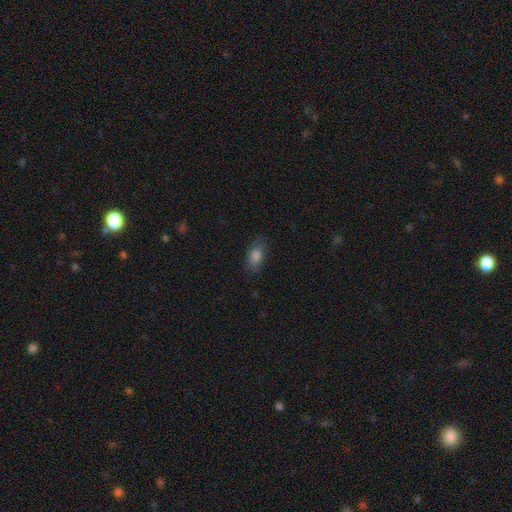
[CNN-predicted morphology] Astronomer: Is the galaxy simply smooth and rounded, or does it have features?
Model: smooth — 80%.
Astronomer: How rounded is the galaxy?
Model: in between — 85%.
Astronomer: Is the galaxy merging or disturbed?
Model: none — 81%.